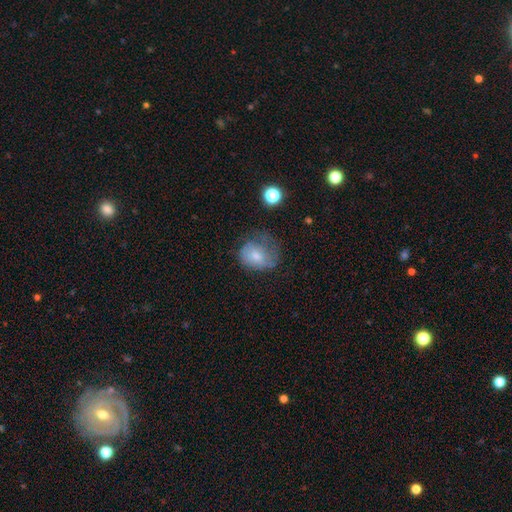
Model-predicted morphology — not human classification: smooth_or_featured: smooth (p=0.65) [alt: featured or disk p=0.25]
how_rounded: round (p=0.58) [alt: in between p=0.41]
merging: major disturbance (p=0.33) [tied with: none p=0.33]